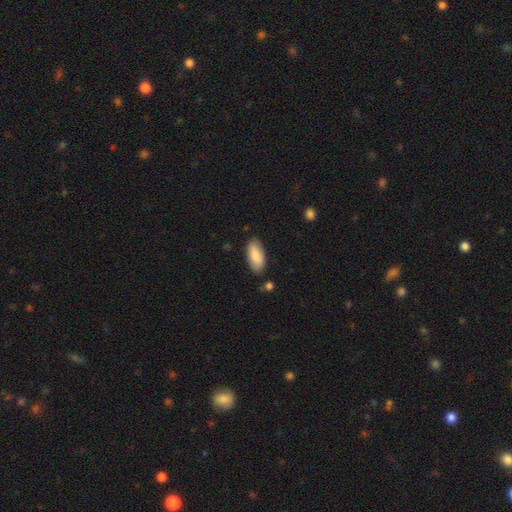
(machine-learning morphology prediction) A smooth galaxy with no disk features (84%) that is in between round and cigar-shaped (90%). Merging: none (83%).